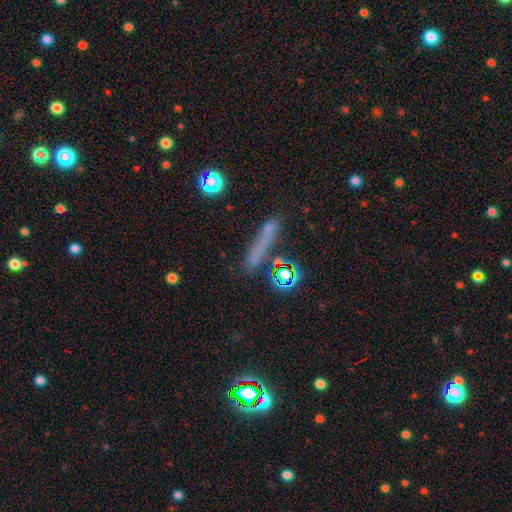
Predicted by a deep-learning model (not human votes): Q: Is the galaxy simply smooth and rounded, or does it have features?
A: smooth — 55%.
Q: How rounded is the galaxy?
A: cigar-shaped — 82%.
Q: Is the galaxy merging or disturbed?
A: none — 62%.